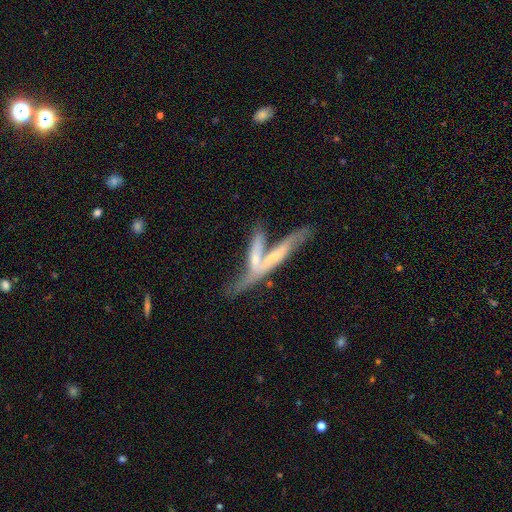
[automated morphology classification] Q: Smooth or featured?
A: featured or disk (54%); runner-up: smooth (39%)
Q: Edge-on disk?
A: yes (61%); runner-up: no (39%)
Q: Merging?
A: merger (64%); runner-up: none (19%)